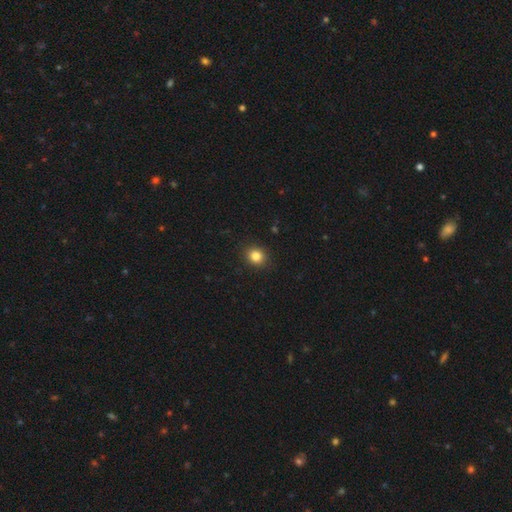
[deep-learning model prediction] Smooth or featured? Predicted: smooth (p=0.84). How rounded? Predicted: round (p=0.77). Merging? Predicted: none (p=0.90).